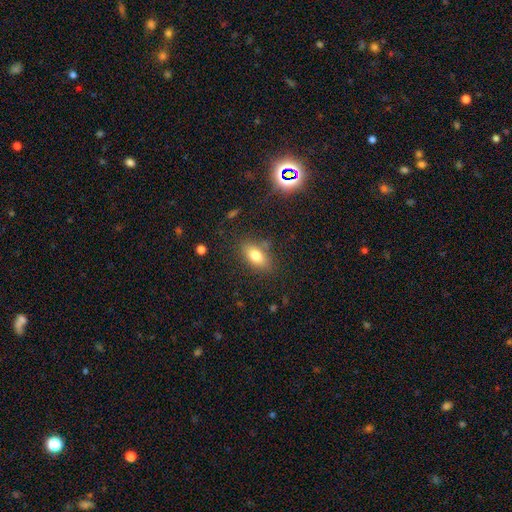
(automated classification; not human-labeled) This is likely a smooth galaxy (77%). How rounded: clearly in between (86%). Merging: likely none (79%).